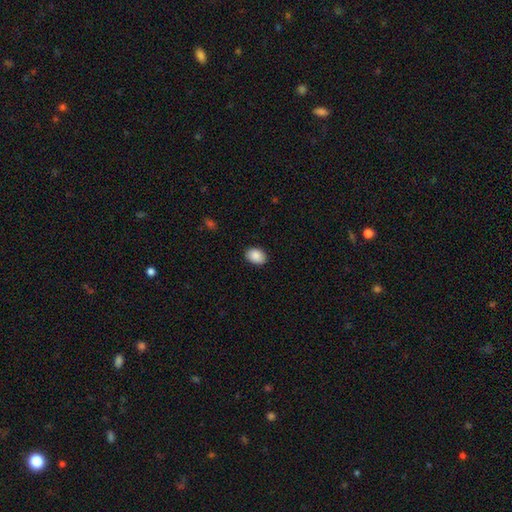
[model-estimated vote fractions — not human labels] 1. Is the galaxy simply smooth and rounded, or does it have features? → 89% smooth, 7% star or artifact, 3% featured or disk.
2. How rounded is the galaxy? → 77% in between, 22% round, 1% cigar-shaped.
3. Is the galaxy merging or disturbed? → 88% none, 9% minor disturbance, 2% major disturbance, 1% merger.